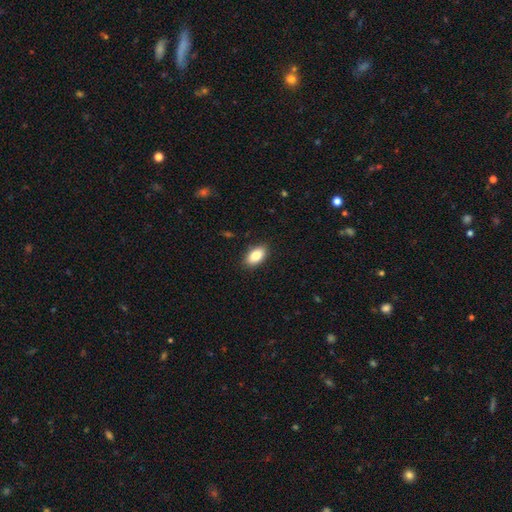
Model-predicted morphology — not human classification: Smooth or featured?
  - smooth: 84% *
  - featured or disk: 9%
  - star or artifact: 7%
How rounded?
  - in between: 92% *
  - round: 5%
  - cigar-shaped: 3%
Merging?
  - none: 89% *
  - minor disturbance: 8%
  - major disturbance: 2%
  - merger: 1%